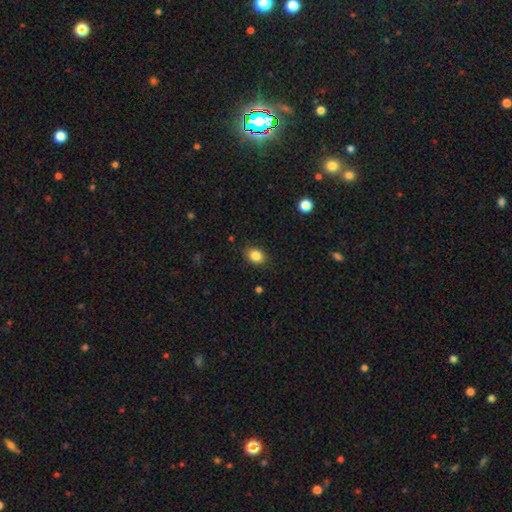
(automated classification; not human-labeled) smooth-or-featured: smooth: 85% | star or artifact: 9% | featured or disk: 5%
  how-rounded: in between: 63% | round: 36% | cigar-shaped: 1%
  merging: none: 86% | minor disturbance: 11% | major disturbance: 2% | merger: 1%